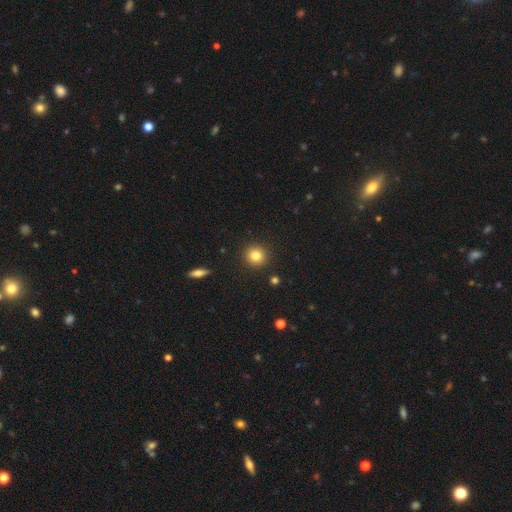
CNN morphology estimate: smooth 82%, star or artifact 11%, featured or disk 7%. Down the decision tree: how rounded — round (93%); merging — none (92%).